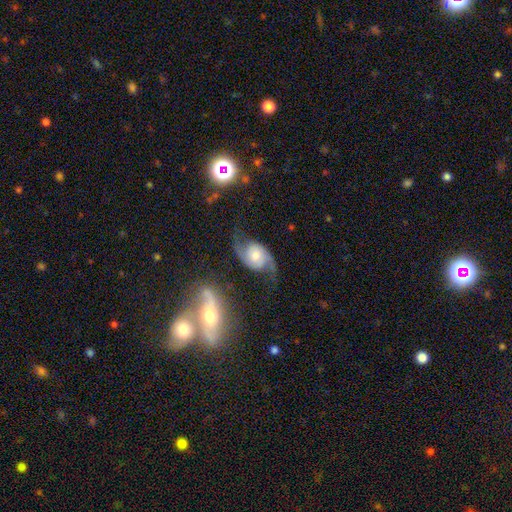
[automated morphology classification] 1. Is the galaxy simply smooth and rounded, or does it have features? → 83% featured or disk, 11% smooth, 6% star or artifact.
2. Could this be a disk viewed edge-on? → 97% no, 3% yes.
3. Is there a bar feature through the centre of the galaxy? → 65% no, 29% weak, 7% strong.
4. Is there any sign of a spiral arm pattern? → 96% yes, 4% no.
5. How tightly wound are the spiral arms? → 45% medium, 40% loose, 15% tight.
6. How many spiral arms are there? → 92% 2, 3% can't tell, 2% 1, 1% 3, 1% 4, 1% more than 4.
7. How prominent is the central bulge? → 50% moderate, 33% small, 11% large, 4% none, 3% dominant.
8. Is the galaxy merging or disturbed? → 67% none, 19% minor disturbance, 10% major disturbance, 4% merger.